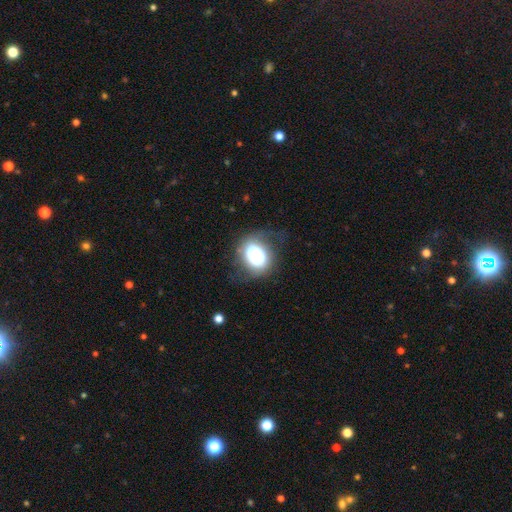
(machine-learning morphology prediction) Overall: smooth (69%). How rounded: in between (54%; round 45%). Merging: none (50%; minor disturbance 26%).